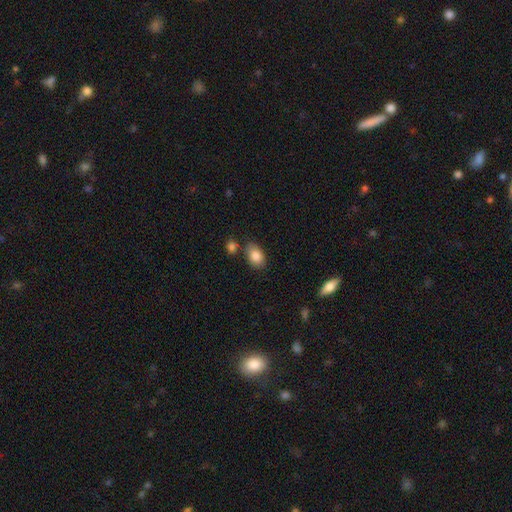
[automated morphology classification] Smooth or featured?
  - smooth: 85% *
  - star or artifact: 7%
  - featured or disk: 7%
How rounded?
  - in between: 86% *
  - round: 12%
  - cigar-shaped: 1%
Merging?
  - none: 75% *
  - minor disturbance: 14%
  - merger: 9%
  - major disturbance: 3%